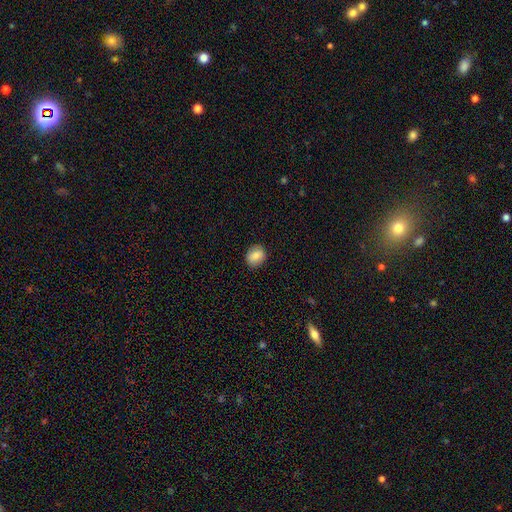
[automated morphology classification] This appears to be a smooth galaxy with no disk features (83%) that is round (61%). Merging: none (88%).